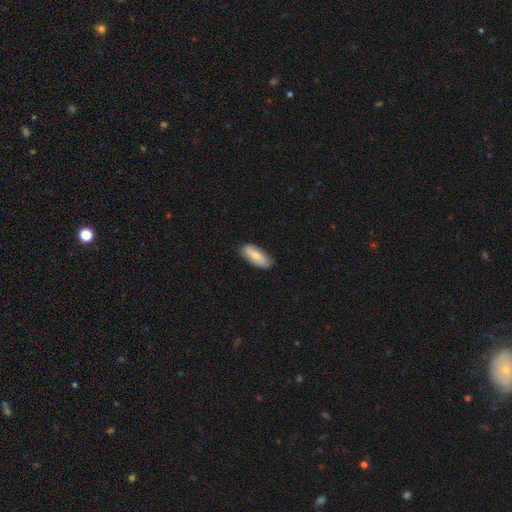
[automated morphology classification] smooth-or-featured: smooth: 67% | featured or disk: 27% | star or artifact: 6%
  how-rounded: in between: 81% | cigar-shaped: 17% | round: 2%
  merging: none: 83% | minor disturbance: 14% | major disturbance: 2% | merger: 1%